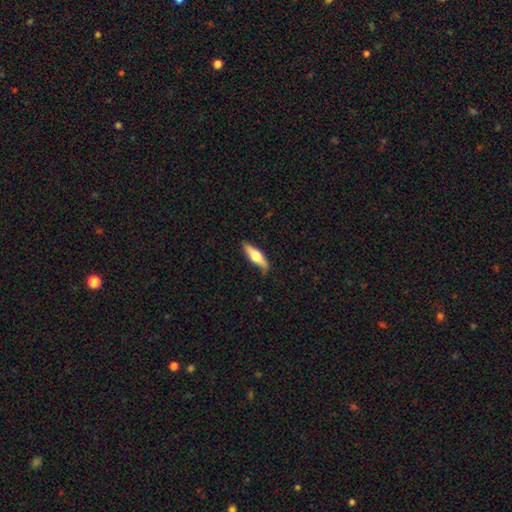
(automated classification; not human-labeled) A smooth galaxy with no disk features (48%).

Vote fractions:
- Smooth or featured? smooth: 48% / featured or disk: 46% / star or artifact: 5%
- Merging? none: 78% / minor disturbance: 18% / major disturbance: 3% / merger: 1%